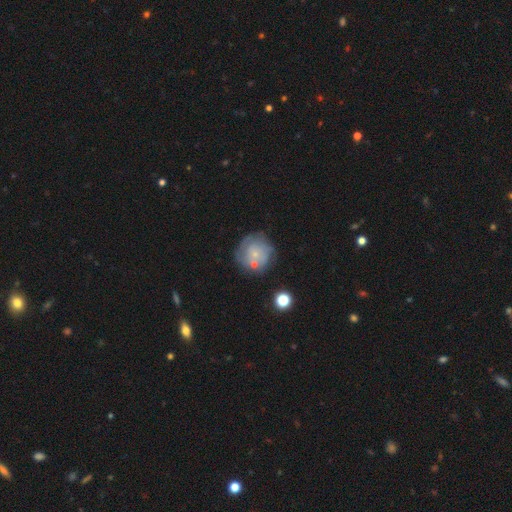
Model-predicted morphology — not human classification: This appears to be a featured or disk galaxy (53%) with no bar (83%), spiral arms (70%) and a small central bulge (75%). Merging: none (67%).